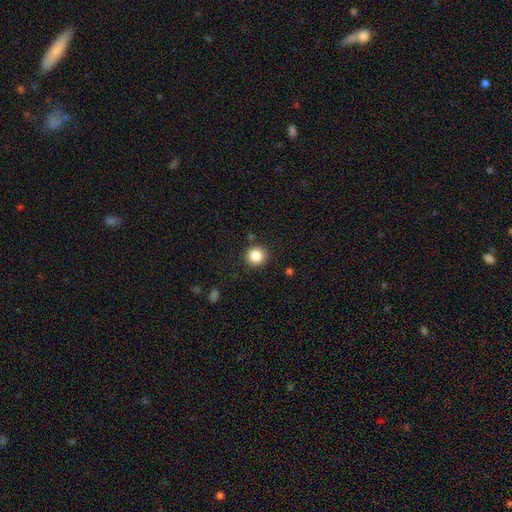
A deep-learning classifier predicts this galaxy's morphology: This is clearly a smooth galaxy (85%). How rounded: clearly round (92%). Merging: clearly none (89%).